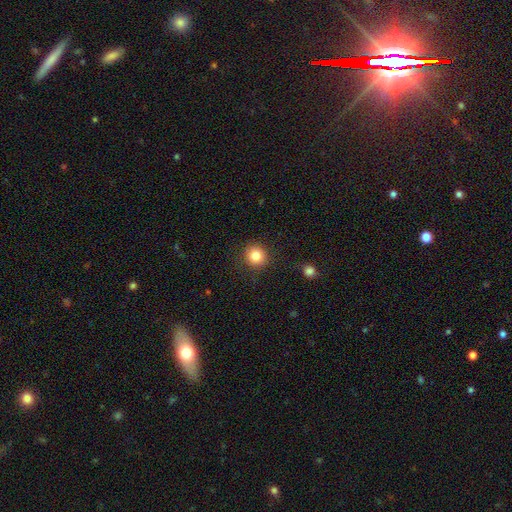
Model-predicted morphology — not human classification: A smooth galaxy with no disk features (83%) that is round (91%). Merging: none (89%).